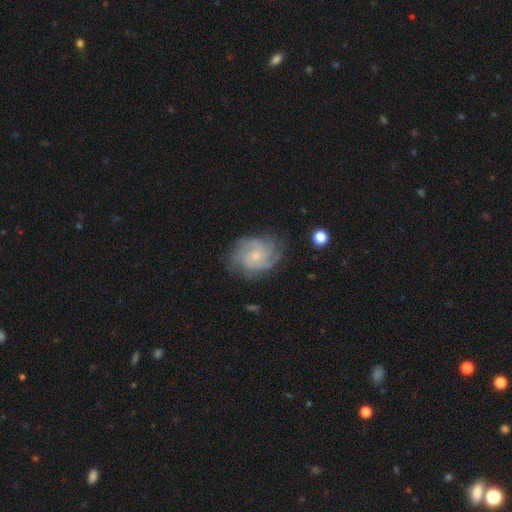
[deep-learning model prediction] Overall: featured or disk (84%). Edge-on disk: no (98%). Bar: no (68%). Spiral arms: yes (97%). Spiral arm count: 3 (28%; can't tell 23%). Spiral winding: tight (56%; medium 36%). Bulge size: small (74%). Merging: none (76%).